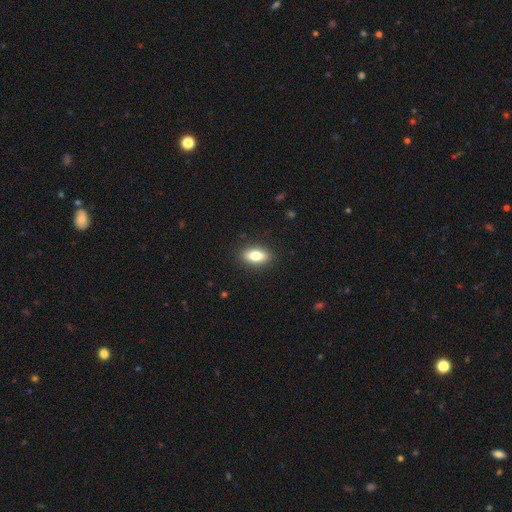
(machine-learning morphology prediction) smooth-or-featured: smooth: 77% | featured or disk: 15% | star or artifact: 8%
  how-rounded: in between: 84% | cigar-shaped: 10% | round: 6%
  merging: none: 89% | minor disturbance: 8% | major disturbance: 2% | merger: 1%